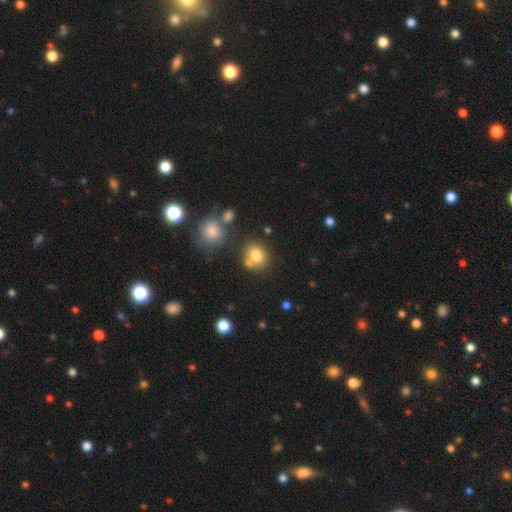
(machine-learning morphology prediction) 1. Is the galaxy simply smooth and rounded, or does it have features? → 79% smooth, 11% star or artifact, 10% featured or disk.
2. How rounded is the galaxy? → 73% round, 26% in between, 1% cigar-shaped.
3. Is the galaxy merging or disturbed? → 61% none, 20% merger, 14% minor disturbance, 5% major disturbance.